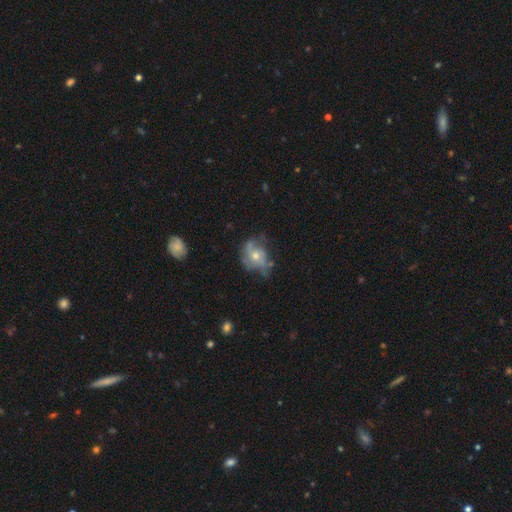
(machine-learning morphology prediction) Smooth or featured? featured or disk (60%)
Edge-on disk? no (97%)
Bar? no (79%)
Spiral arms? yes (66%)
Bulge size? moderate (56%)
Merging? none (44%)